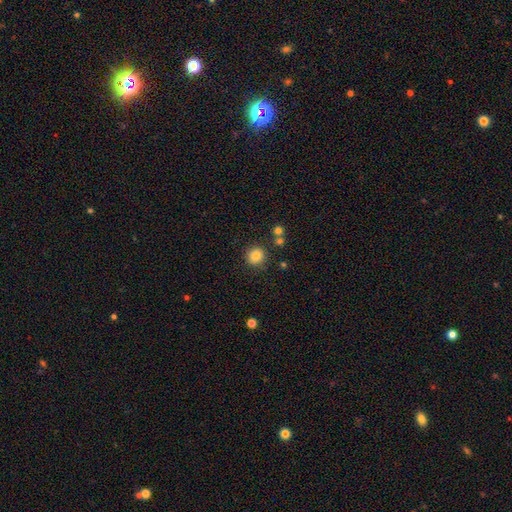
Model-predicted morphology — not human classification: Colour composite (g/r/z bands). It shows a smooth galaxy with no disk features (83%) that is round (93%). Merging: none (85%).